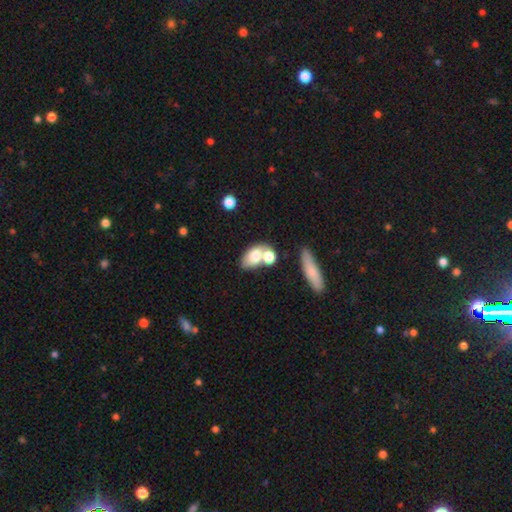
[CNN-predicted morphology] This is likely a smooth galaxy (70%). How rounded: clearly in between (83%). Merging: marginally merger (45%).